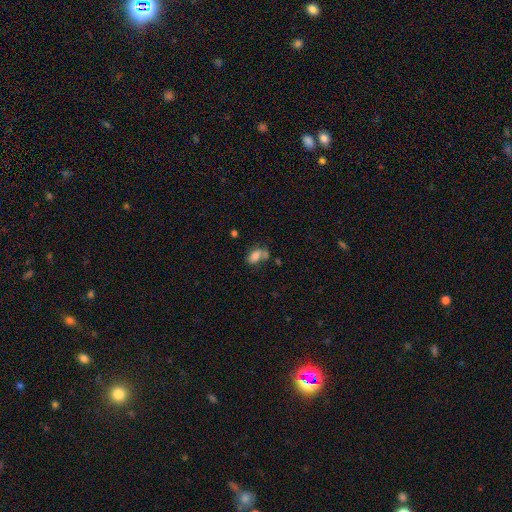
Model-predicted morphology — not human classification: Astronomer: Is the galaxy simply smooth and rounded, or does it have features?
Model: smooth — 72%.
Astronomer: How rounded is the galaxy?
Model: in between — 88%.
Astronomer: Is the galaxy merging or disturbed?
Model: none — 35% (runner-up: merger, 27%).